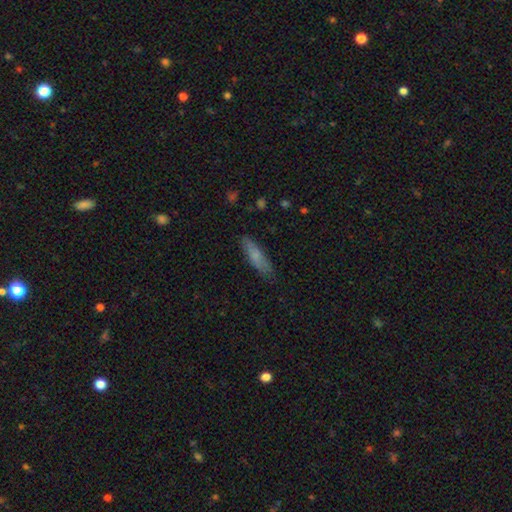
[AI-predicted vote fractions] smooth_or_featured: smooth (p=0.74) [alt: featured or disk p=0.20]
how_rounded: cigar-shaped (p=0.69) [alt: in between p=0.30]
merging: none (p=0.82) [alt: minor disturbance p=0.14]